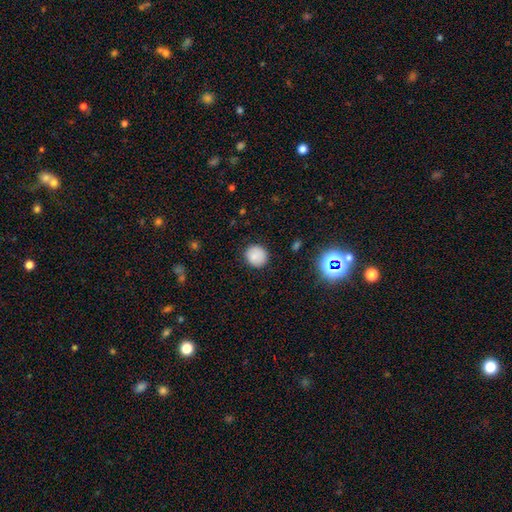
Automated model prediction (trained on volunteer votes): This is clearly a smooth galaxy (84%). How rounded: clearly round (86%). Merging: clearly none (87%).